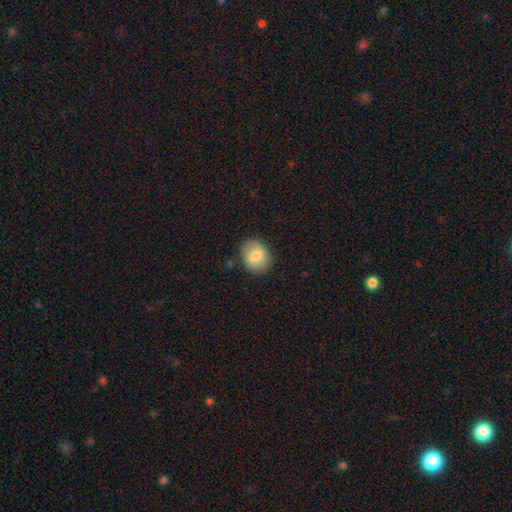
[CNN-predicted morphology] smooth 74%, featured or disk 18%, star or artifact 7%. Down the decision tree: how rounded — round (58%); merging — none (83%).